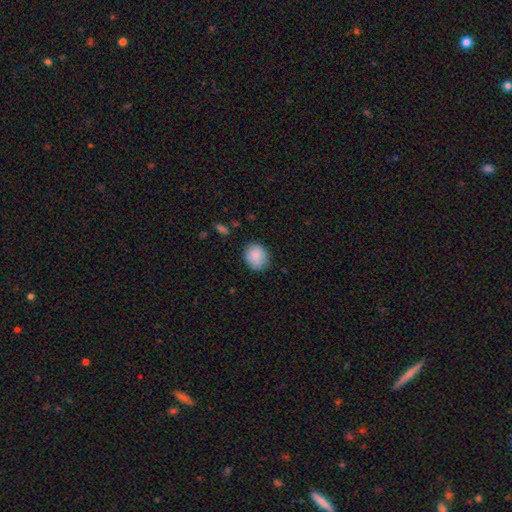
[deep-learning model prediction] Q: Smooth or featured?
A: smooth (88%); runner-up: star or artifact (7%)
Q: How rounded?
A: round (71%); runner-up: in between (28%)
Q: Merging?
A: none (84%); runner-up: minor disturbance (13%)